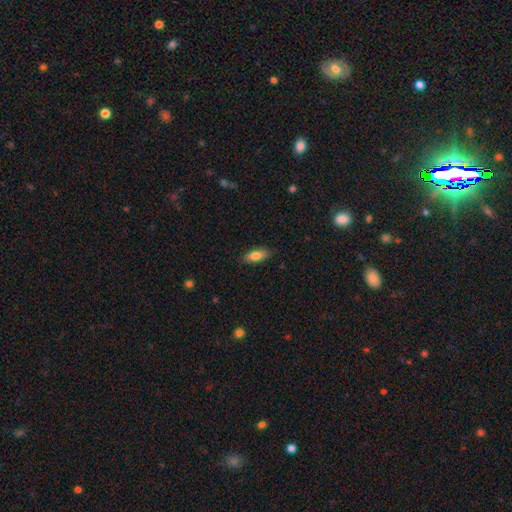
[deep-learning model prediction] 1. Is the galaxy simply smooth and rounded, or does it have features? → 79% smooth, 15% featured or disk, 7% star or artifact.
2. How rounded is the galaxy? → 74% in between, 23% cigar-shaped, 3% round.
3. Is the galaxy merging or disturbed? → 87% none, 10% minor disturbance, 2% major disturbance, 1% merger.